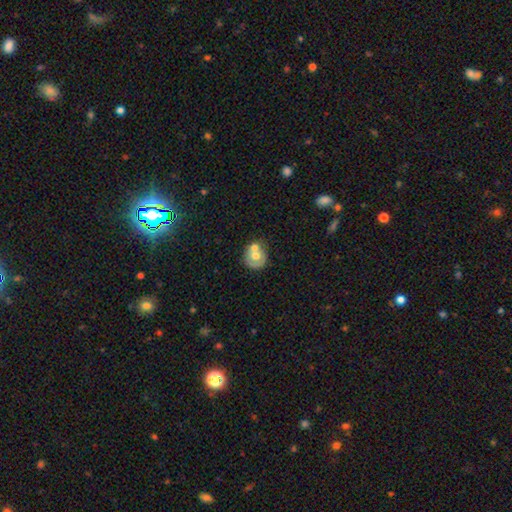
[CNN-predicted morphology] Overall: smooth (52%; featured or disk 41%). How rounded: round (73%). Merging: merger (48%; none 34%).